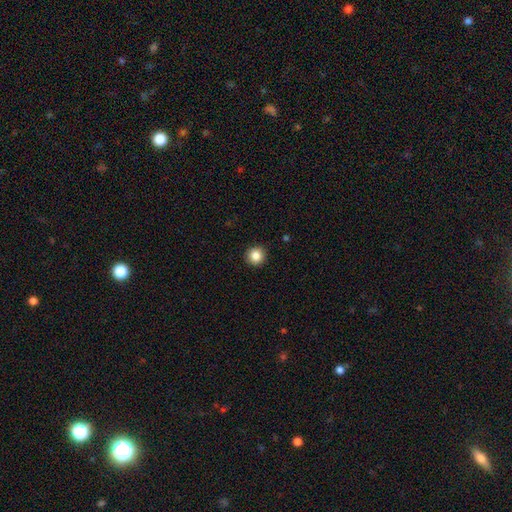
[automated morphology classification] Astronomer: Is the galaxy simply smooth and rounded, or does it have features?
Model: smooth — 85%.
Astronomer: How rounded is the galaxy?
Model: round — 95%.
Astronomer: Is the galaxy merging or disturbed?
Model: none — 92%.